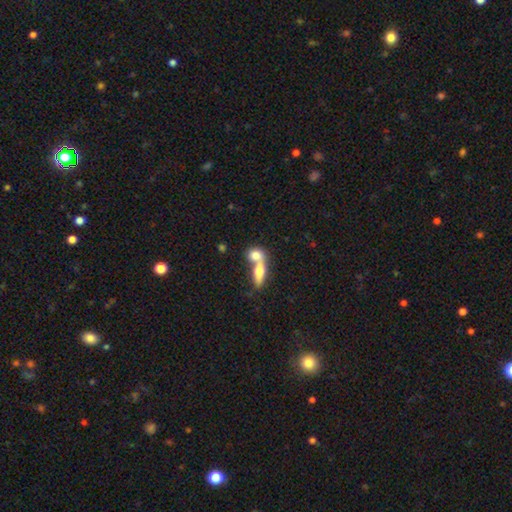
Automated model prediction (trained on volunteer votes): Smooth or featured: smooth — 71% (featured or disk — 22%)
How rounded: in between — 59% (round — 27%)
Merging: merger — 70% (none — 21%)